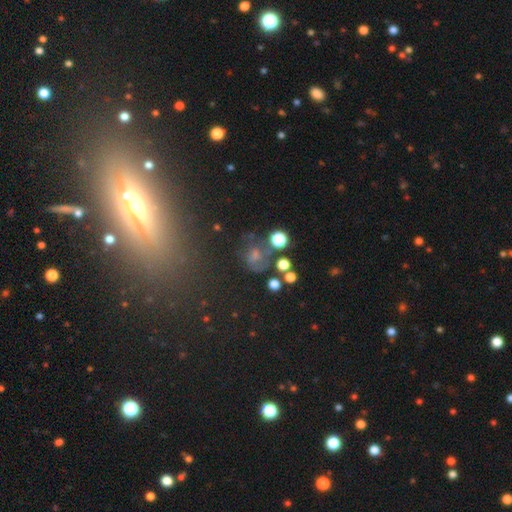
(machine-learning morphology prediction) Smooth or featured? Predicted: smooth (p=0.52). How rounded? Predicted: round (p=0.68). Merging? Predicted: none (p=0.43).